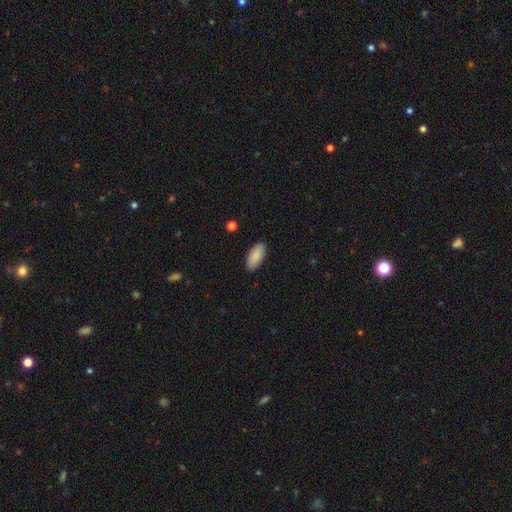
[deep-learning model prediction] Morphology: type=smooth (89%); roundness=in between (90%); merging=none (89%).